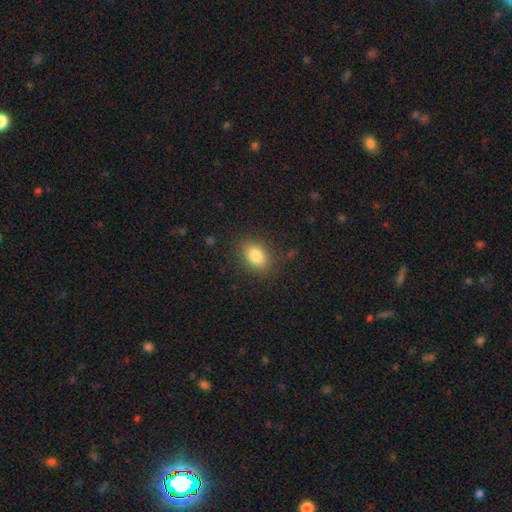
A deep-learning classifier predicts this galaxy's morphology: Smooth or featured: smooth — 83% (star or artifact — 9%)
How rounded: in between — 82% (round — 16%)
Merging: none — 84% (minor disturbance — 11%)